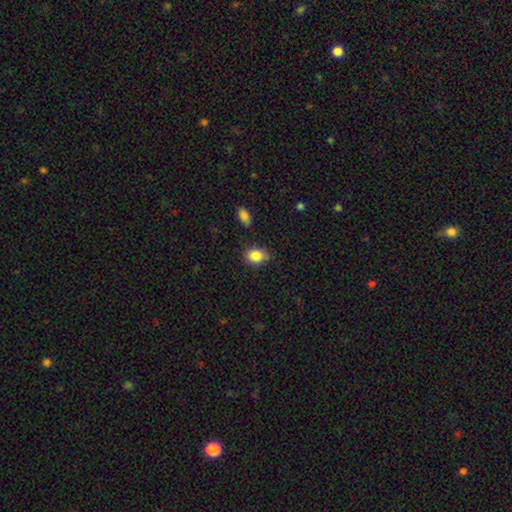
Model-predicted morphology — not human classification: smooth_or_featured: smooth (p=0.86) [alt: star or artifact p=0.08]
how_rounded: in between (p=0.66) [alt: round p=0.33]
merging: none (p=0.77) [alt: minor disturbance p=0.17]